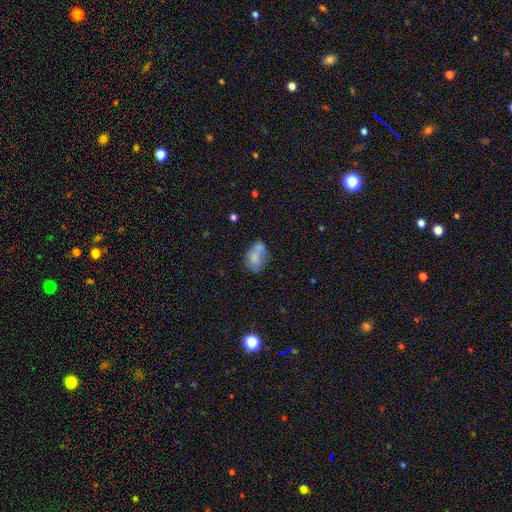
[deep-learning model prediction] A smooth galaxy with no disk features (66%) that is in between round and cigar-shaped (75%). Merging: merger (36%).